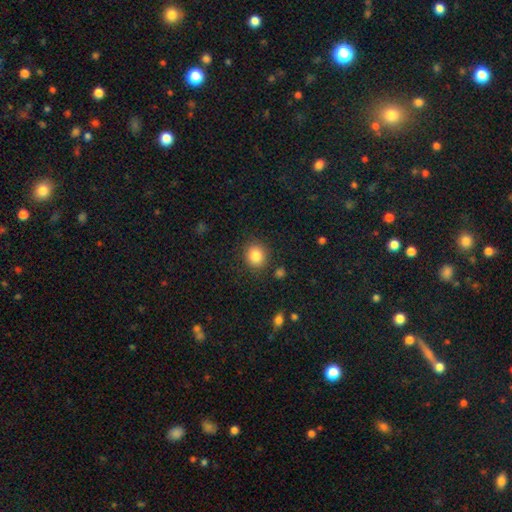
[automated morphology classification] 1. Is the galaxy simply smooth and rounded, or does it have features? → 85% smooth, 10% star or artifact, 5% featured or disk.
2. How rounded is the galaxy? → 79% round, 20% in between, 1% cigar-shaped.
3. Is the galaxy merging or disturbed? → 86% none, 9% minor disturbance, 3% major disturbance, 2% merger.